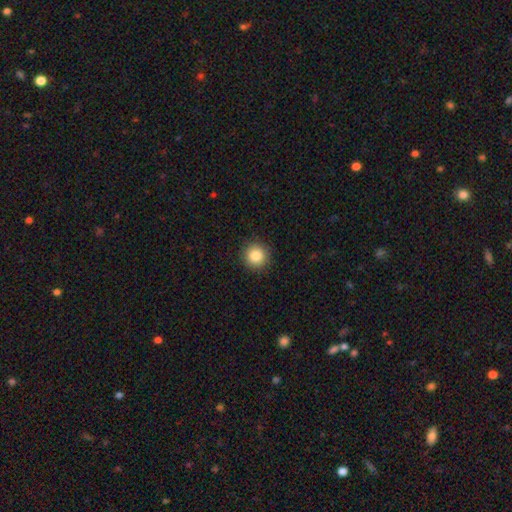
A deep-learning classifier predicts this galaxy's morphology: This appears to be a smooth galaxy with no disk features (85%) that is round (94%). Merging: none (91%).